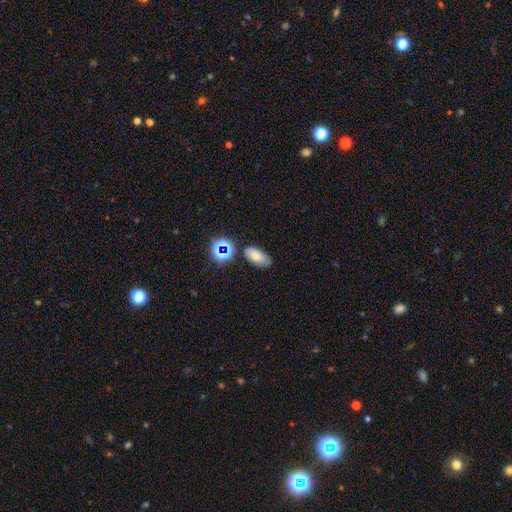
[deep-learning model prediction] Smooth or featured: smooth — 71% (star or artifact — 16%)
How rounded: in between — 89% (round — 6%)
Merging: none — 73% (minor disturbance — 17%)